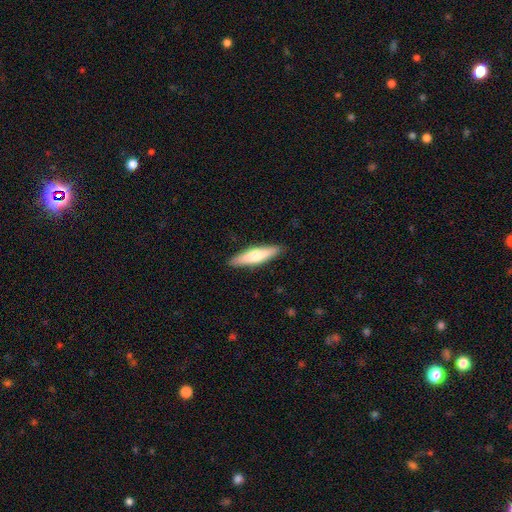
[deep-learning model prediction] This is likely a smooth galaxy (61%). How rounded: likely cigar-shaped (75%). Merging: clearly none (89%).